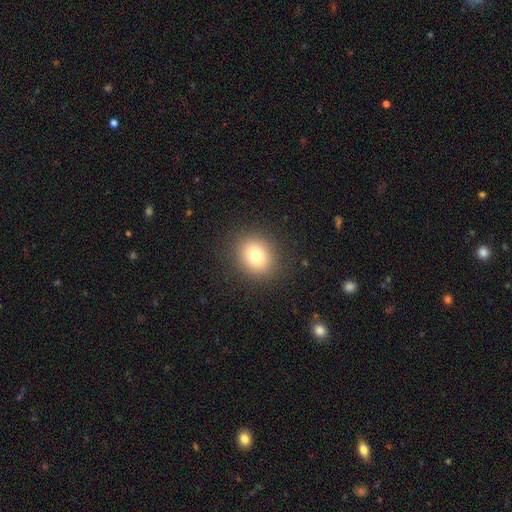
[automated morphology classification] This is likely a smooth galaxy (79%). How rounded: likely round (66%). Merging: clearly none (88%).